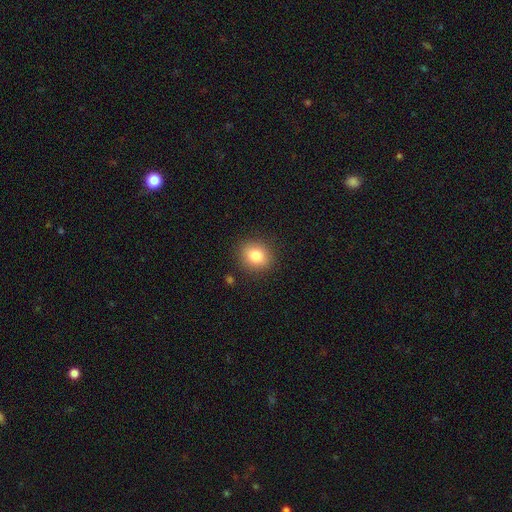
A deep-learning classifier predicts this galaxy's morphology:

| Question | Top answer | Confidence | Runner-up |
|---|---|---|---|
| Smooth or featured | smooth | 82% | star or artifact (10%) |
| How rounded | round | 71% | in between (28%) |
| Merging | none | 88% | minor disturbance (8%) |